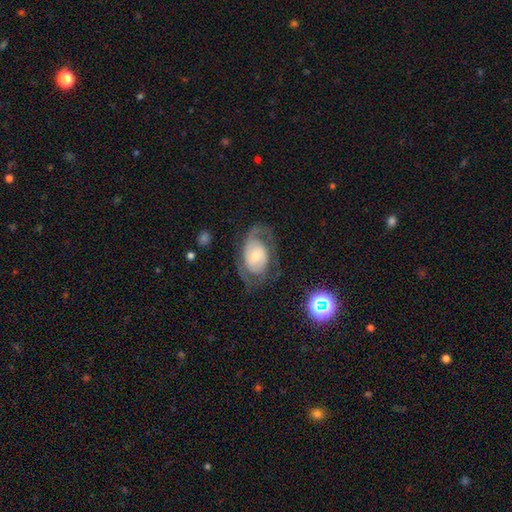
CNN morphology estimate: smooth_or_featured: featured or disk (p=0.73) [alt: smooth p=0.21]
disk_edge_on: no (p=0.95) [alt: yes p=0.05]
bar: no (p=0.62) [alt: weak p=0.30]
has_spiral_arms: yes (p=0.81) [alt: no p=0.19]
spiral_winding: medium (p=0.42) [alt: tight p=0.38]
spiral_arm_count: 2 (p=0.63) [alt: can't tell p=0.19]
bulge_size: small (p=0.46) [alt: moderate p=0.43]
merging: none (p=0.58) [alt: major disturbance p=0.21]